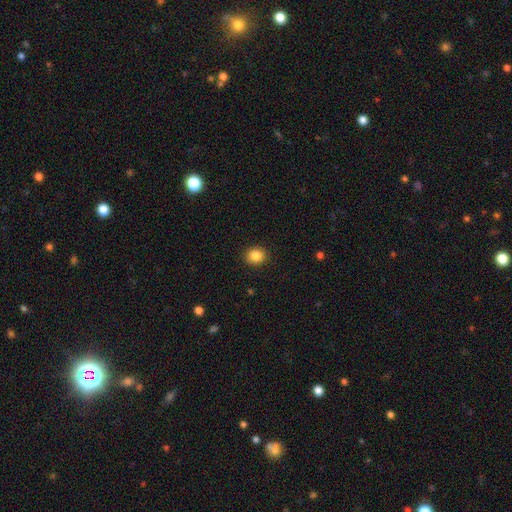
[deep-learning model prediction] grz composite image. It shows a smooth galaxy with no disk features (86%) that is round (68%). Merging: none (91%).